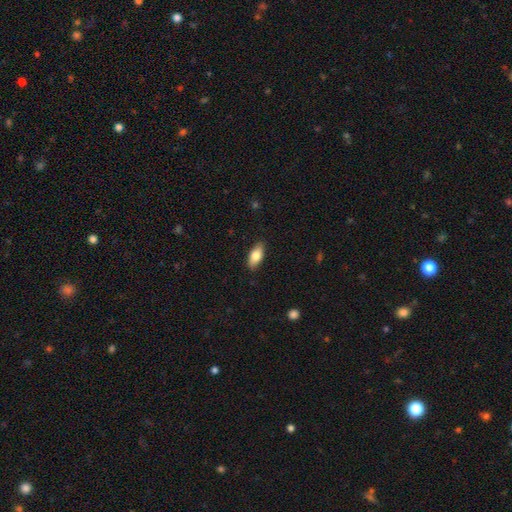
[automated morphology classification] Smooth or featured?
  - smooth: 78% *
  - featured or disk: 16%
  - star or artifact: 6%
How rounded?
  - in between: 84% *
  - cigar-shaped: 14%
  - round: 3%
Merging?
  - none: 88% *
  - minor disturbance: 9%
  - major disturbance: 2%
  - merger: 1%